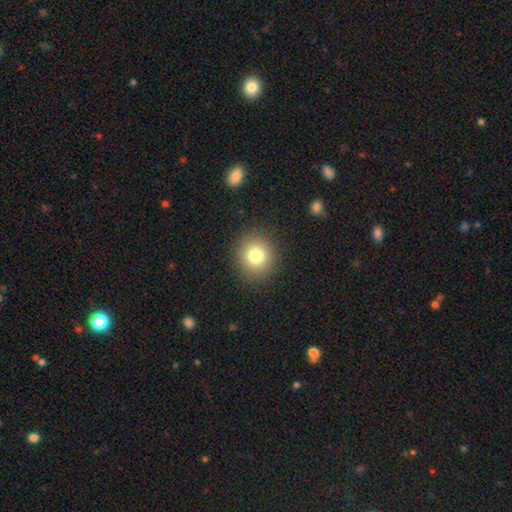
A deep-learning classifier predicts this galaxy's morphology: smooth 80%, star or artifact 12%, featured or disk 9%. Down the decision tree: how rounded — round (87%); merging — none (89%).